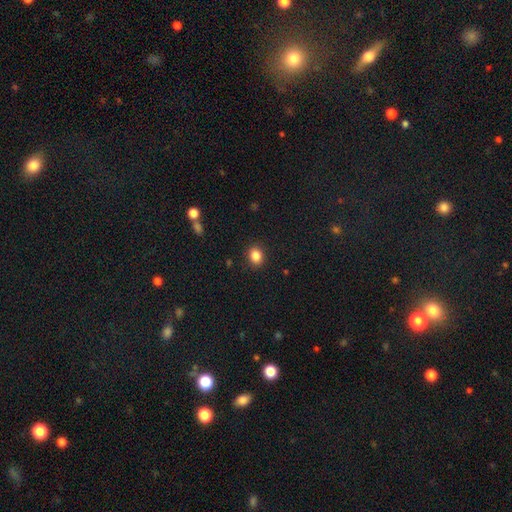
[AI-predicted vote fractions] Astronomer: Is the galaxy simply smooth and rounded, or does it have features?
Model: smooth — 85%.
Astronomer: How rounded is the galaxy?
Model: round — 52% (runner-up: in between, 47%).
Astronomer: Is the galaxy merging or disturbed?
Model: none — 89%.